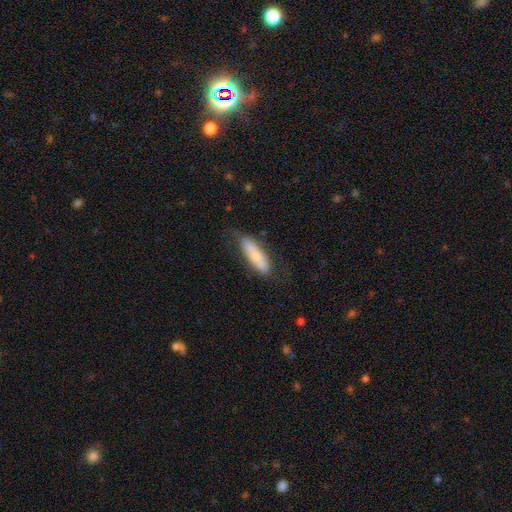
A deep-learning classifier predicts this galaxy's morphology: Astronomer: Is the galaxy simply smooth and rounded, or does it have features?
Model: smooth — 64%.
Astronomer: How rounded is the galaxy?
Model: cigar-shaped — 51% (runner-up: in between, 47%).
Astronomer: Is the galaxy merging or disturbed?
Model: none — 67%.